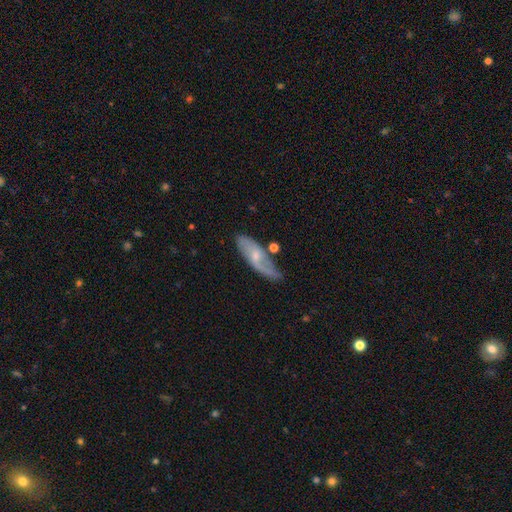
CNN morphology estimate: Smooth or featured: featured or disk — 59% (smooth — 35%)
Edge-on disk: no — 79% (yes — 21%)
Merging: none — 56% (minor disturbance — 27%)